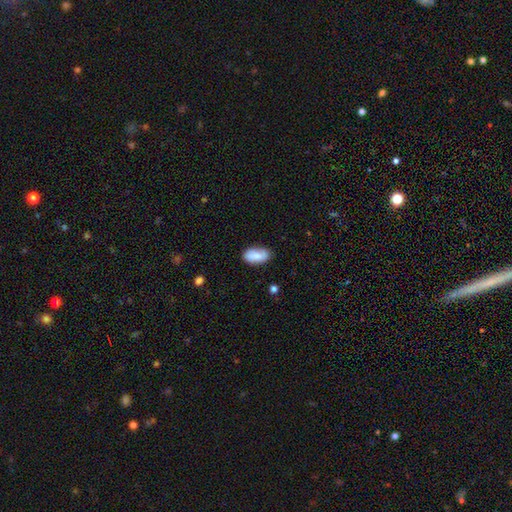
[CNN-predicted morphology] Smooth or featured? Predicted: smooth (p=0.81). How rounded? Predicted: in between (p=0.93). Merging? Predicted: none (p=0.73).